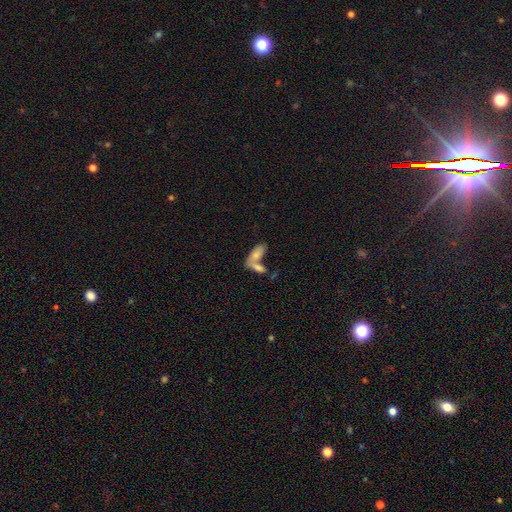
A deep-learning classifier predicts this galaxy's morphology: type=smooth (73%); roundness=in between (79%); merging=merger (61%).